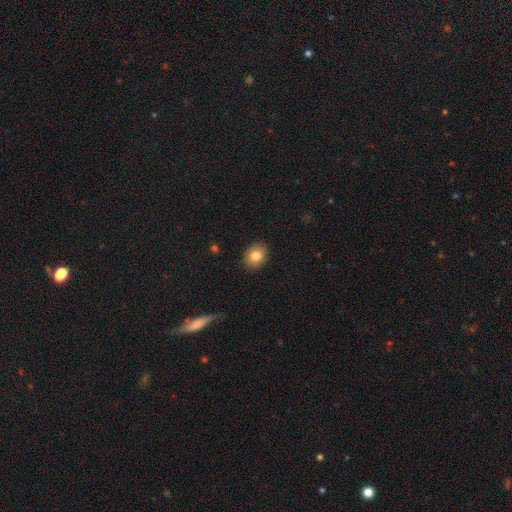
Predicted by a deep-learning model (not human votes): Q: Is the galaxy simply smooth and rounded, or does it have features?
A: smooth — 82%.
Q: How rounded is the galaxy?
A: round — 51%.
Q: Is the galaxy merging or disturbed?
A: none — 90%.